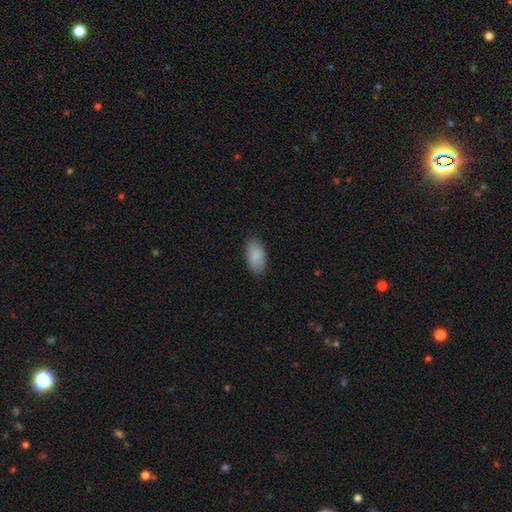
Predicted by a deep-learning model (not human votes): smooth_or_featured: smooth (p=0.89) [alt: star or artifact p=0.06]
how_rounded: in between (p=0.94) [alt: round p=0.03]
merging: none (p=0.85) [alt: minor disturbance p=0.12]